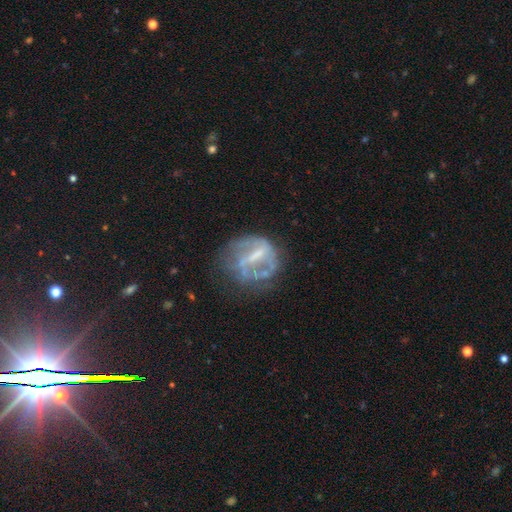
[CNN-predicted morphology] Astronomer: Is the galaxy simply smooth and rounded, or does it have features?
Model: featured or disk — 69%.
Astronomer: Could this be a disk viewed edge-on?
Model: no — 97%.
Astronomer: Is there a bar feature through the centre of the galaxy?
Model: weak — 39% (runner-up: strong, 33%).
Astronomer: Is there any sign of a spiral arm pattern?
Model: no — 60% (runner-up: yes, 40%).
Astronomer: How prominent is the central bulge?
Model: none — 39% (runner-up: small, 30%).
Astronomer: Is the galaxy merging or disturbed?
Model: none — 45% (runner-up: major disturbance, 27%).